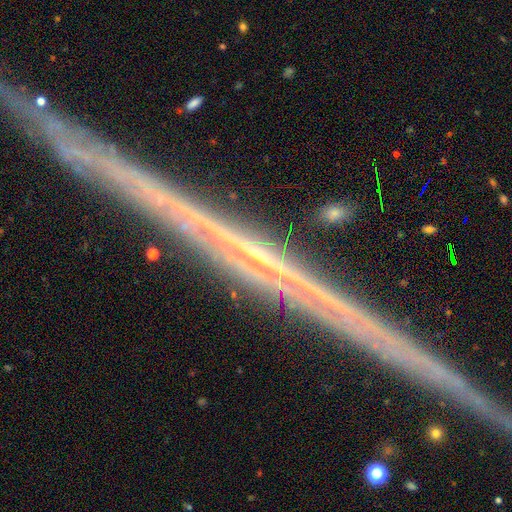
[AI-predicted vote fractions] Smooth or featured? Predicted: featured or disk (p=0.77). Edge-on disk? Predicted: yes (p=0.96). Edge-on bulge? Predicted: none (p=0.57). Merging? Predicted: none (p=0.88).